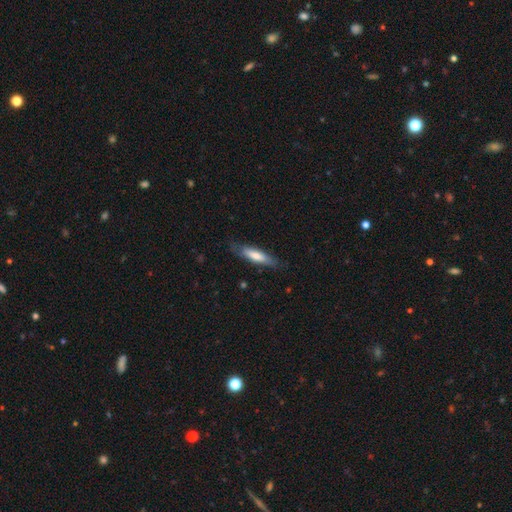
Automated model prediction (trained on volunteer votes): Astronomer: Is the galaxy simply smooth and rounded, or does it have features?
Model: smooth — 64%.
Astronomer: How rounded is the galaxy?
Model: cigar-shaped — 75%.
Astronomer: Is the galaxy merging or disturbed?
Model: none — 77%.